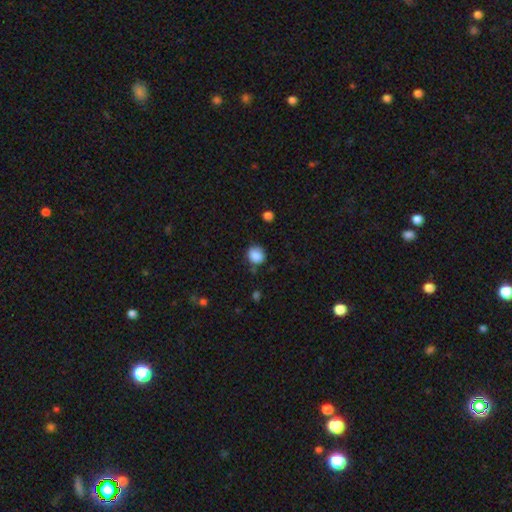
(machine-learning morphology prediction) Smooth or featured?
  - smooth: 87% *
  - star or artifact: 9%
  - featured or disk: 4%
How rounded?
  - round: 76% *
  - in between: 23%
  - cigar-shaped: 1%
Merging?
  - none: 72% *
  - minor disturbance: 20%
  - major disturbance: 4%
  - merger: 3%